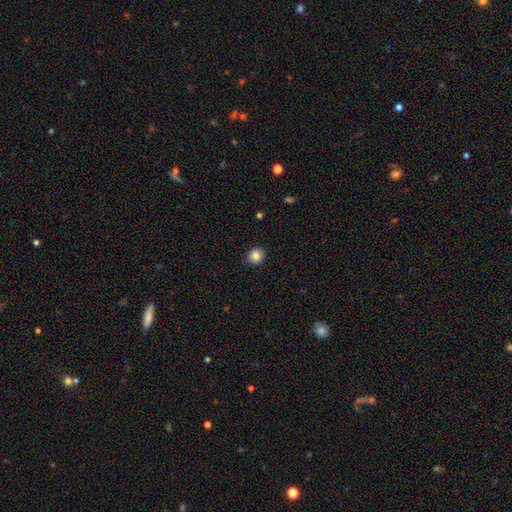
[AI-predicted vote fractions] A smooth galaxy with no disk features (85%) that is round (84%).

Vote fractions:
- Smooth or featured? smooth: 85% / star or artifact: 10% / featured or disk: 5%
- How rounded? round: 84% / in between: 15% / cigar-shaped: 1%
- Merging? none: 91% / minor disturbance: 7% / major disturbance: 2% / merger: 1%